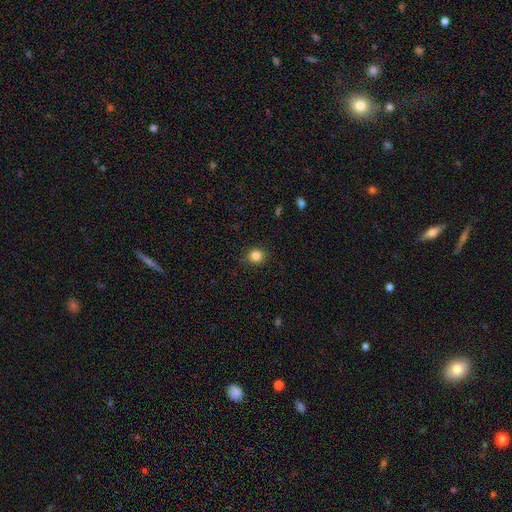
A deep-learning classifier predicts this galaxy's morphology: smooth-or-featured: smooth: 83% | star or artifact: 12% | featured or disk: 5%
  how-rounded: round: 84% | in between: 15% | cigar-shaped: 1%
  merging: none: 87% | minor disturbance: 10% | major disturbance: 2% | merger: 1%